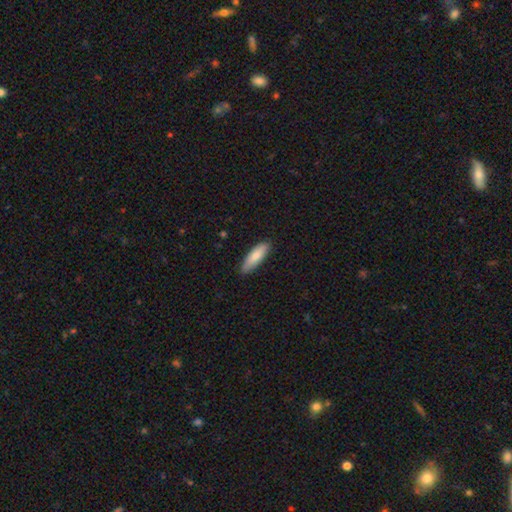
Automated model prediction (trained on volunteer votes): Smooth or featured? Predicted: smooth (p=0.82). How rounded? Predicted: in between (p=0.51). Merging? Predicted: none (p=0.86).